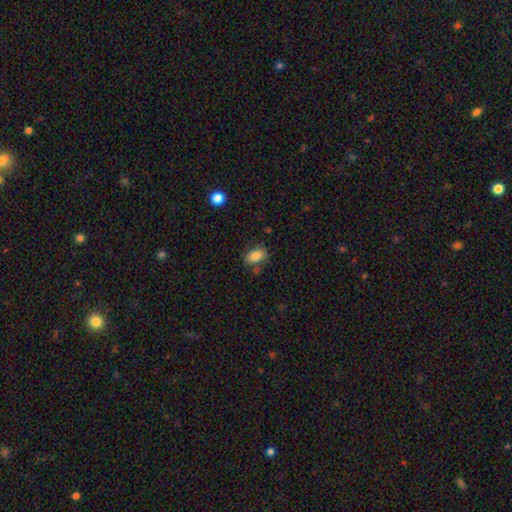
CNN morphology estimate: smooth-or-featured: smooth: 84% | star or artifact: 9% | featured or disk: 8%
  how-rounded: in between: 86% | round: 12% | cigar-shaped: 2%
  merging: none: 71% | minor disturbance: 17% | merger: 7% | major disturbance: 5%